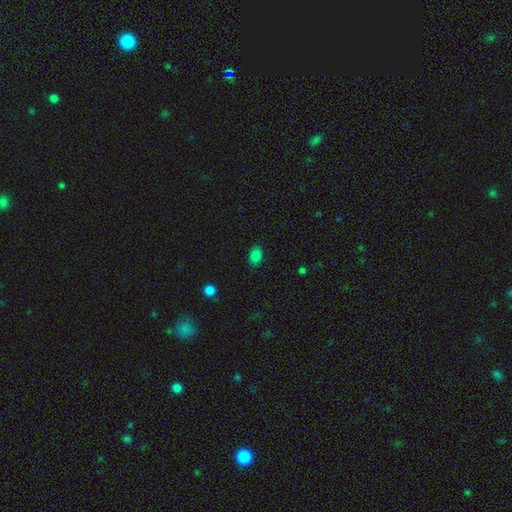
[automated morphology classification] A smooth galaxy with no disk features (84%) that is in between round and cigar-shaped (80%). Merging: none (85%).